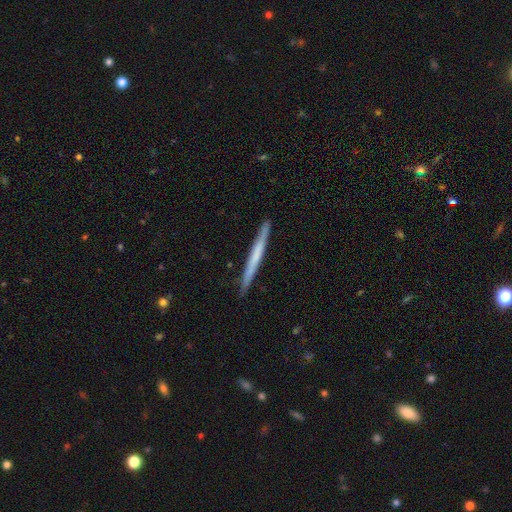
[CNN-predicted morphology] Smooth or featured? Predicted: smooth (p=0.49). Merging? Predicted: none (p=0.90).